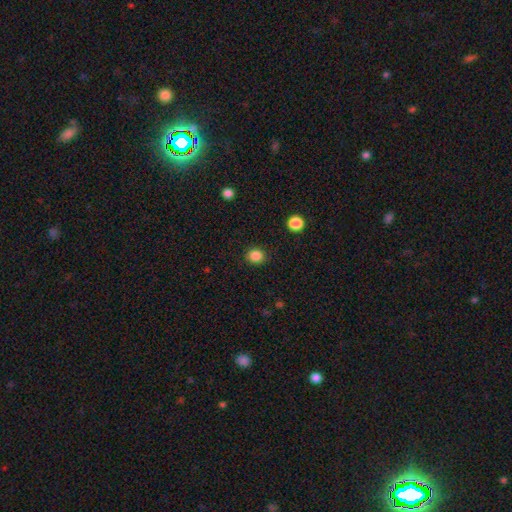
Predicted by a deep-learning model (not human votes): A smooth galaxy with no disk features (86%) that is round (80%).

Vote fractions:
- Smooth or featured? smooth: 86% / star or artifact: 11% / featured or disk: 3%
- How rounded? round: 80% / in between: 19% / cigar-shaped: 1%
- Merging? none: 90% / minor disturbance: 7% / major disturbance: 3% / merger: 1%